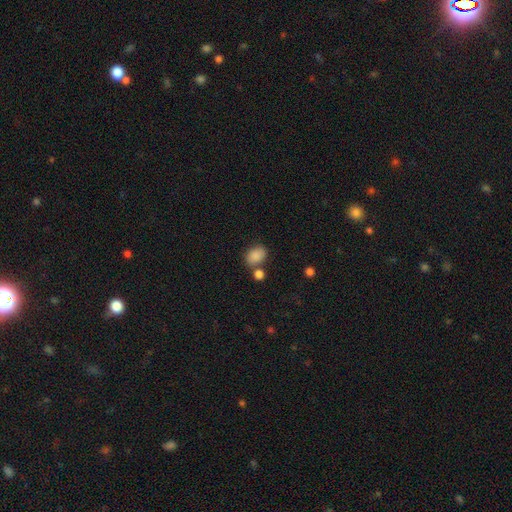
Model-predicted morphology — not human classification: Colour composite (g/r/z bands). It shows a smooth galaxy with no disk features (86%) that is in between round and cigar-shaped (72%). Merging: none (62%).